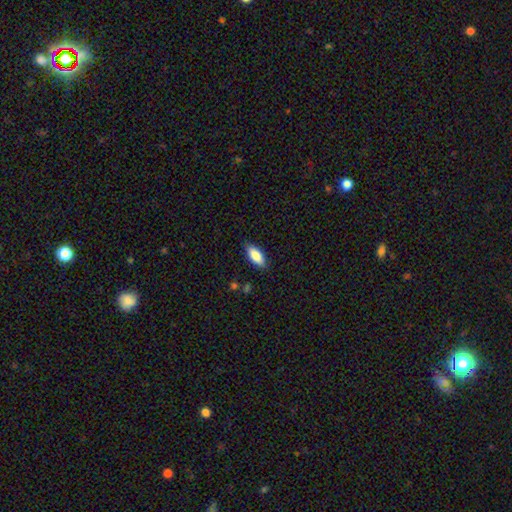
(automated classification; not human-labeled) smooth_or_featured: smooth (p=0.83) [alt: featured or disk p=0.11]
how_rounded: in between (p=0.80) [alt: cigar-shaped p=0.18]
merging: none (p=0.86) [alt: minor disturbance p=0.11]